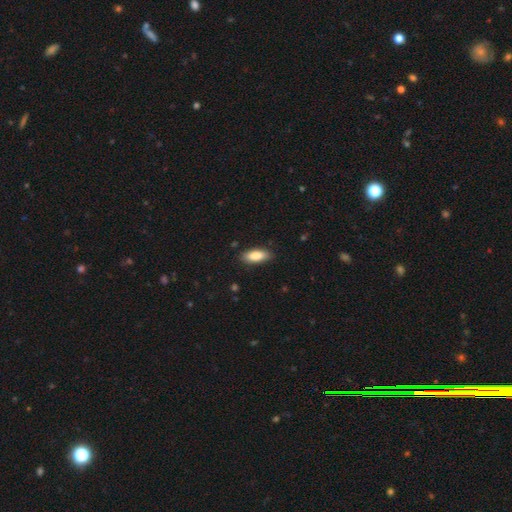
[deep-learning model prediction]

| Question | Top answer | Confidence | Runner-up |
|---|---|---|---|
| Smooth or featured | smooth | 85% | featured or disk (9%) |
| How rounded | in between | 79% | cigar-shaped (19%) |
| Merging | none | 86% | minor disturbance (11%) |